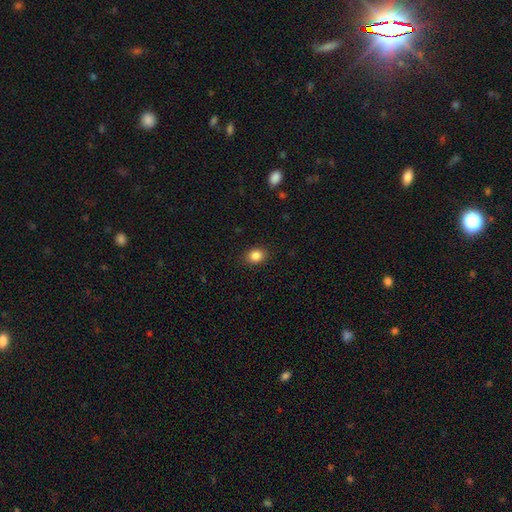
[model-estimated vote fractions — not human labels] This appears to be a smooth galaxy with no disk features (86%) that is round (54%). Merging: none (88%).